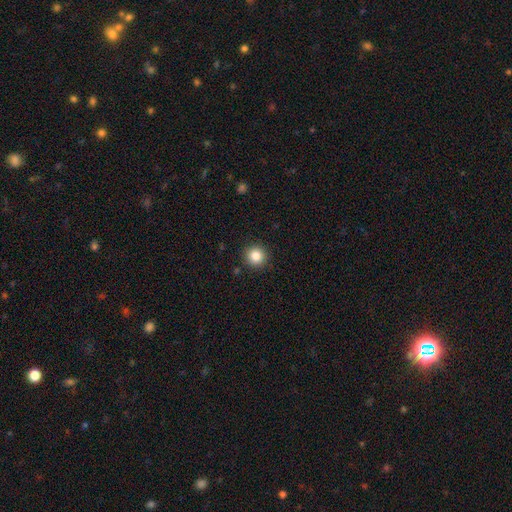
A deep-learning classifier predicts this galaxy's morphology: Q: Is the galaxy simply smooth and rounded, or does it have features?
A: smooth — 84%.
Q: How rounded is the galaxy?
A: round — 94%.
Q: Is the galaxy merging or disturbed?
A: none — 92%.